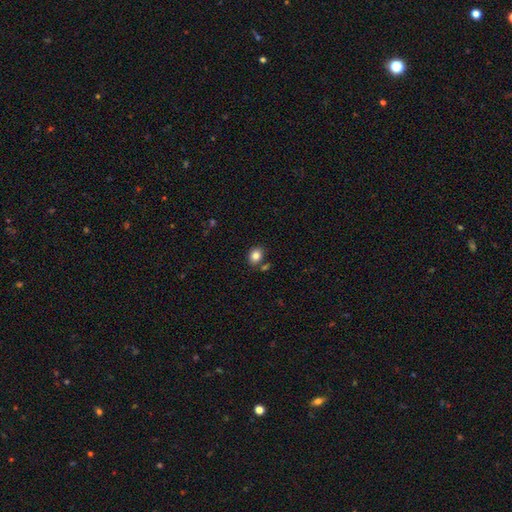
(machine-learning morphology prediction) Smooth or featured? smooth (83%)
How rounded? in between (52%)
Merging? none (76%)